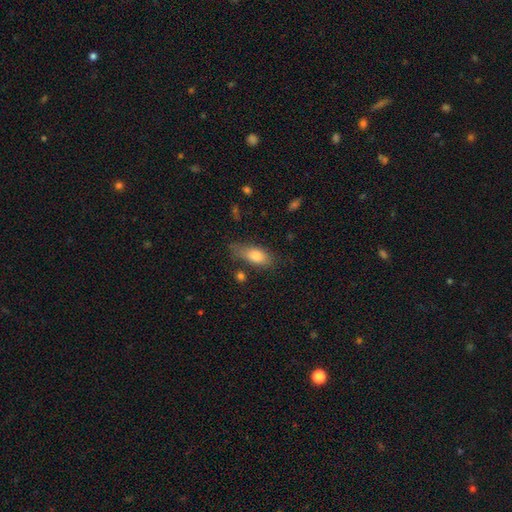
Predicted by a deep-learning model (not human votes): A smooth galaxy with no disk features (78%) that is in between round and cigar-shaped (75%). Merging: none (63%).